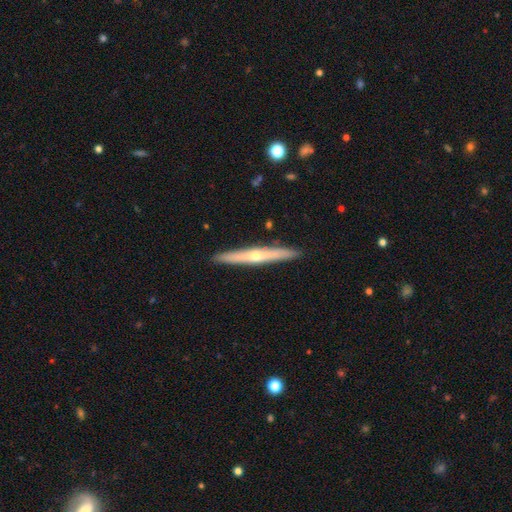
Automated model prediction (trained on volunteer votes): The model was most divided on "smooth or featured": featured or disk: 65%, smooth: 29%, star or artifact: 5%. More confident: edge-on disk — yes (96%); merging — none (92%); edge-on bulge — rounded (78%).